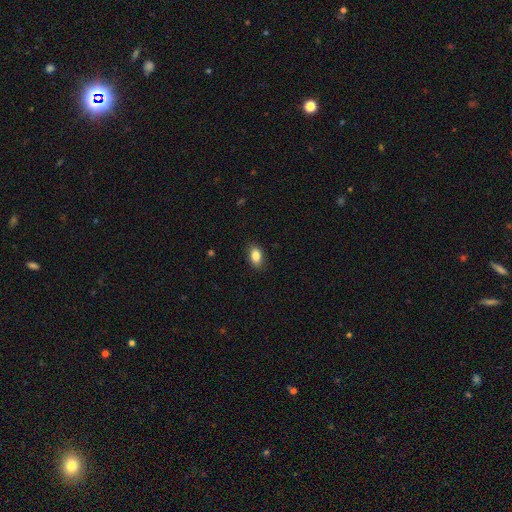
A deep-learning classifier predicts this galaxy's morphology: Smooth or featured: smooth — 86% (star or artifact — 8%)
How rounded: in between — 89% (round — 9%)
Merging: none — 87% (minor disturbance — 10%)